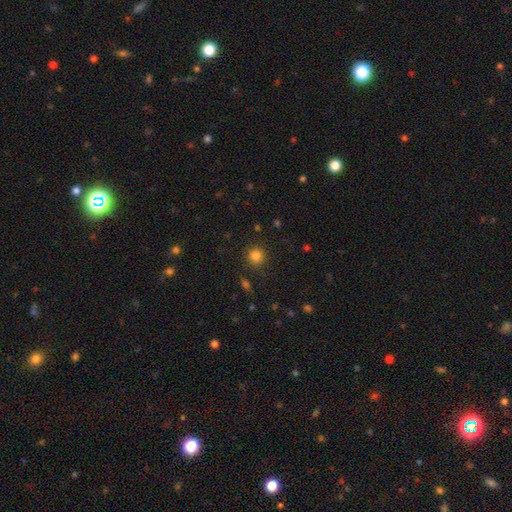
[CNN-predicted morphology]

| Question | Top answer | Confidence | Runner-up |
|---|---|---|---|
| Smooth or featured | smooth | 83% | star or artifact (13%) |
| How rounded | round | 92% | in between (7%) |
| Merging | none | 89% | minor disturbance (7%) |